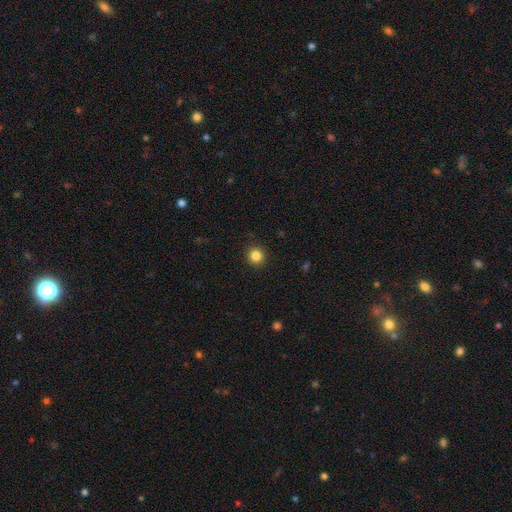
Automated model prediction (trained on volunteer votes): Q: Smooth or featured?
A: smooth (84%); runner-up: star or artifact (12%)
Q: How rounded?
A: round (92%); runner-up: in between (7%)
Q: Merging?
A: none (92%); runner-up: minor disturbance (5%)